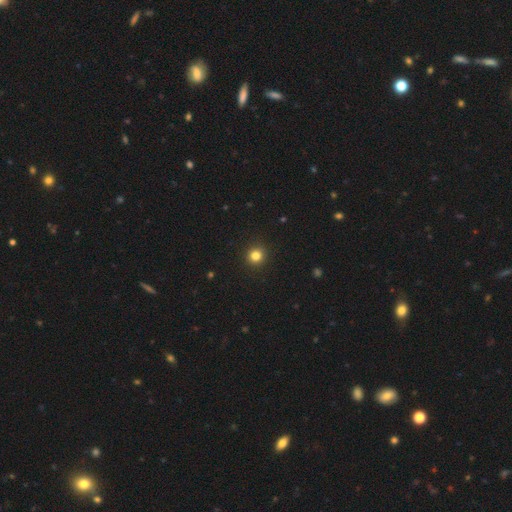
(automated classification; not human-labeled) smooth 82%, star or artifact 14%, featured or disk 5%. Down the decision tree: how rounded — round (93%); merging — none (93%).